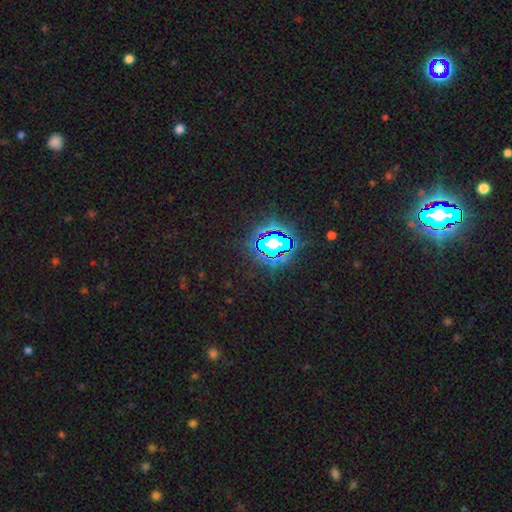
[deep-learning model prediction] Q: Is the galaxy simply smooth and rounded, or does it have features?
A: star or artifact — 83%.